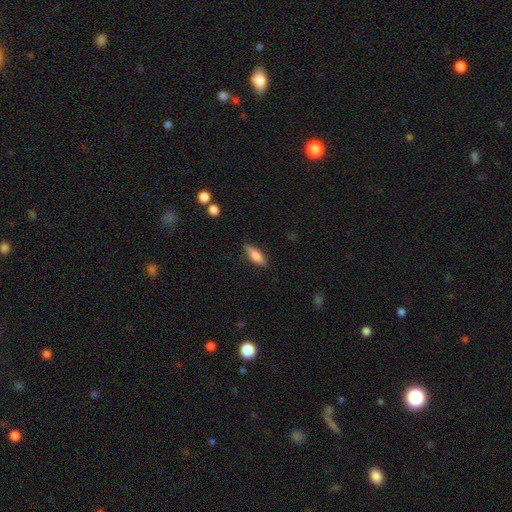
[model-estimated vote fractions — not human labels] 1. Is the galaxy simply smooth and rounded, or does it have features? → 75% smooth, 19% featured or disk, 7% star or artifact.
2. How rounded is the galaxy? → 50% in between, 47% cigar-shaped, 2% round.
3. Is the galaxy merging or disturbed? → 77% none, 18% minor disturbance, 3% major disturbance, 2% merger.